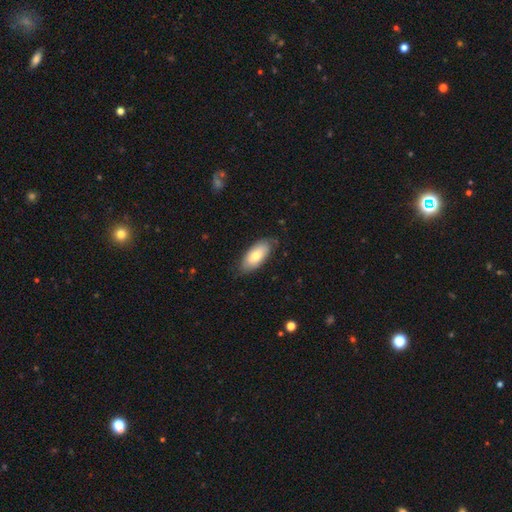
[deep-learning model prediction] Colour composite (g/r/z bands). It shows a smooth galaxy with no disk features (73%) that is in between round and cigar-shaped (90%). Merging: none (76%).